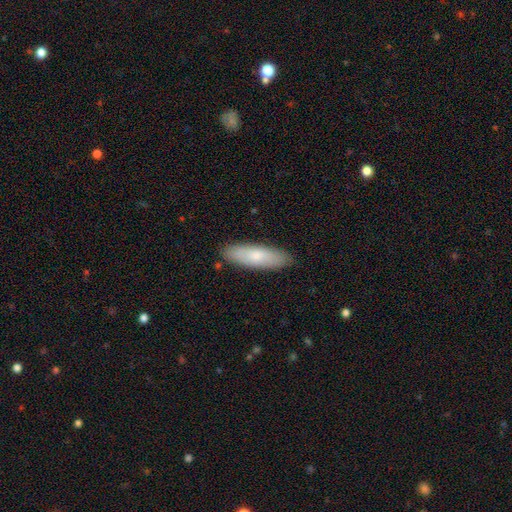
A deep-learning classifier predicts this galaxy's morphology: Q: Smooth or featured?
A: smooth (73%); runner-up: featured or disk (21%)
Q: How rounded?
A: cigar-shaped (54%); runner-up: in between (45%)
Q: Merging?
A: none (87%); runner-up: minor disturbance (10%)